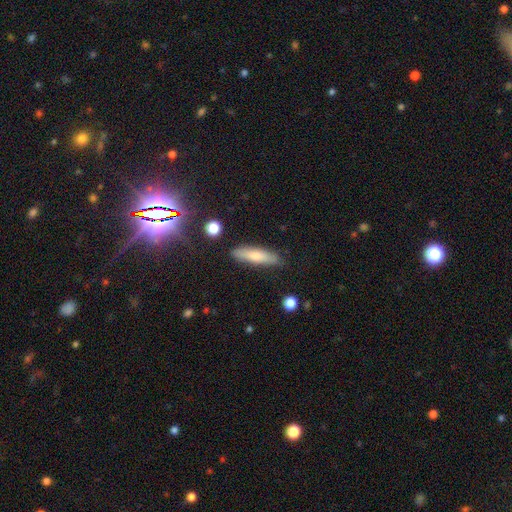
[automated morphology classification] The model was most divided on "smooth or featured": smooth: 71%, featured or disk: 23%, star or artifact: 6%. More confident: merging — none (84%); how rounded — cigar-shaped (74%).